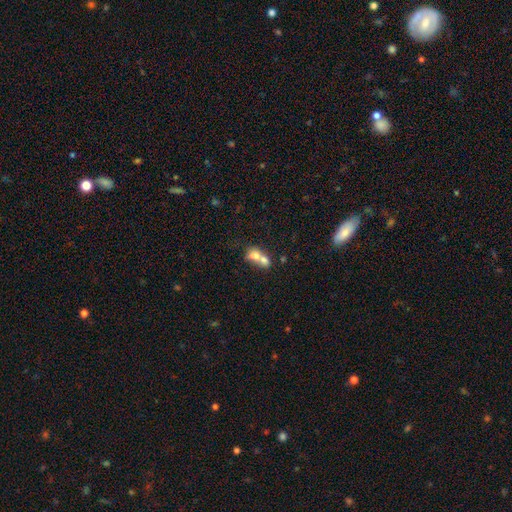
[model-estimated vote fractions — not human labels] Q: Smooth or featured?
A: smooth (68%); runner-up: featured or disk (22%)
Q: How rounded?
A: in between (57%); runner-up: round (40%)
Q: Merging?
A: merger (75%); runner-up: none (16%)